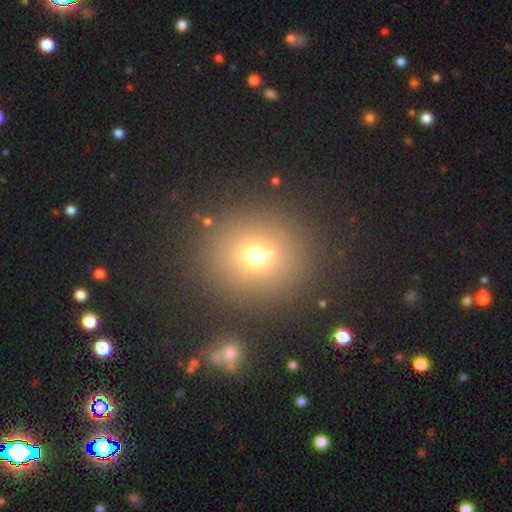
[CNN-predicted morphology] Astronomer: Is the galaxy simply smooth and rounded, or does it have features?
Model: smooth — 68%.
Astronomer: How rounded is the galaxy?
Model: round — 87%.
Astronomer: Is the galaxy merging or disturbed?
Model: none — 80%.